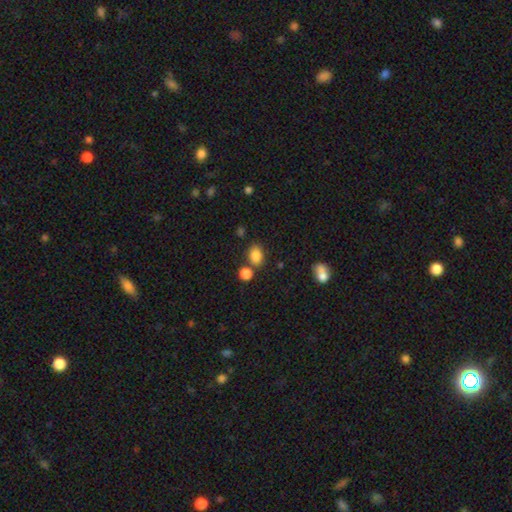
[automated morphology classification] Smooth or featured?
  - smooth: 84% *
  - star or artifact: 10%
  - featured or disk: 5%
How rounded?
  - in between: 74% *
  - round: 25%
  - cigar-shaped: 1%
Merging?
  - none: 68% *
  - merger: 15%
  - minor disturbance: 13%
  - major disturbance: 4%